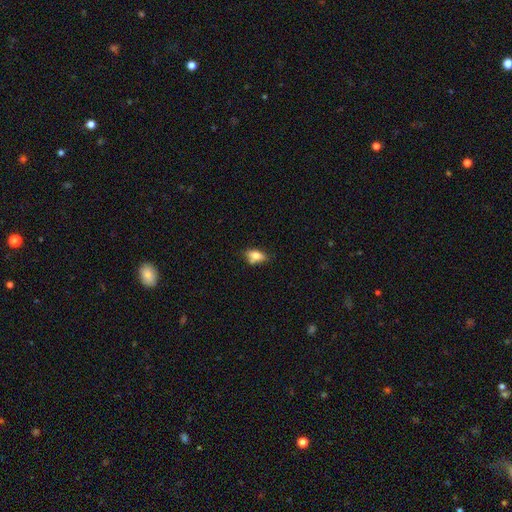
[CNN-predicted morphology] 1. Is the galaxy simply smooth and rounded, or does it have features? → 73% smooth, 19% featured or disk, 9% star or artifact.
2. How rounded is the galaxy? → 84% in between, 9% round, 7% cigar-shaped.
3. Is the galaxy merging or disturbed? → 57% none, 24% minor disturbance, 13% merger, 6% major disturbance.